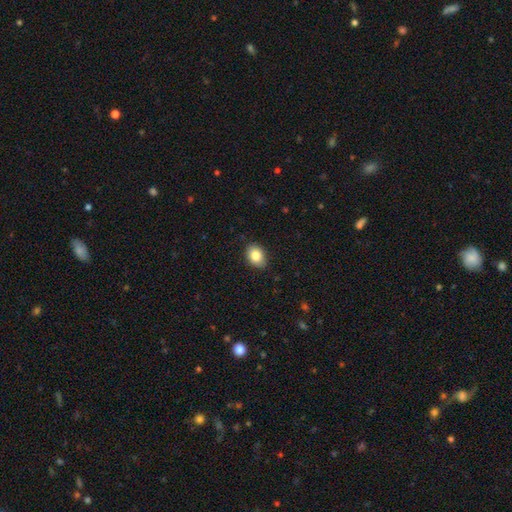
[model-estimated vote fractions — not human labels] A smooth galaxy with no disk features (84%) that is in between round and cigar-shaped (75%). Merging: none (86%).